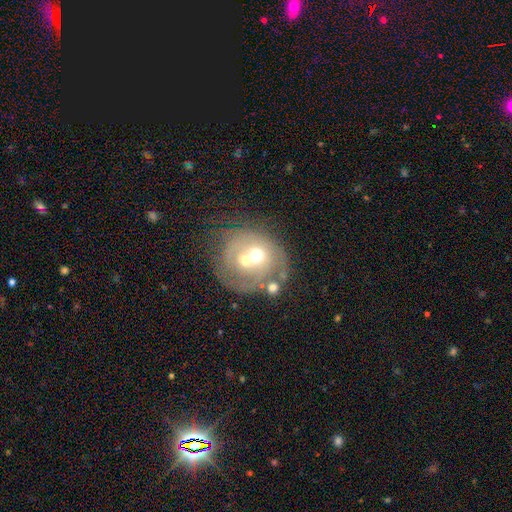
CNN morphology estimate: smooth_or_featured: featured or disk (p=0.53) [alt: smooth p=0.36]
disk_edge_on: no (p=0.97) [alt: yes p=0.03]
bar: no (p=0.88) [alt: weak p=0.09]
has_spiral_arms: no (p=0.66) [alt: yes p=0.34]
bulge_size: moderate (p=0.67) [alt: small p=0.17]
merging: merger (p=0.42) [alt: none p=0.29]